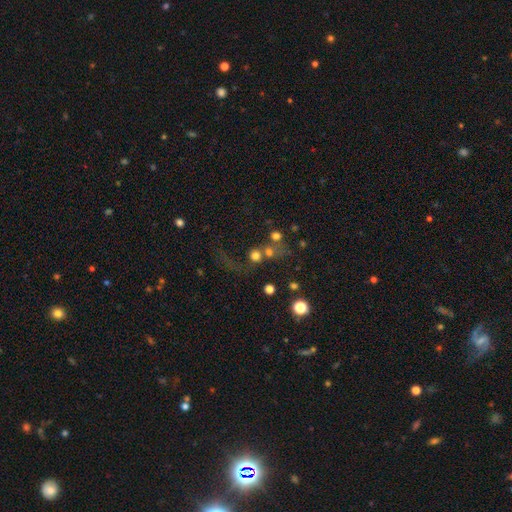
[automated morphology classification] Smooth or featured: smooth — 64% (star or artifact — 20%)
How rounded: round — 85% (in between — 14%)
Merging: merger — 39% (none — 37%)